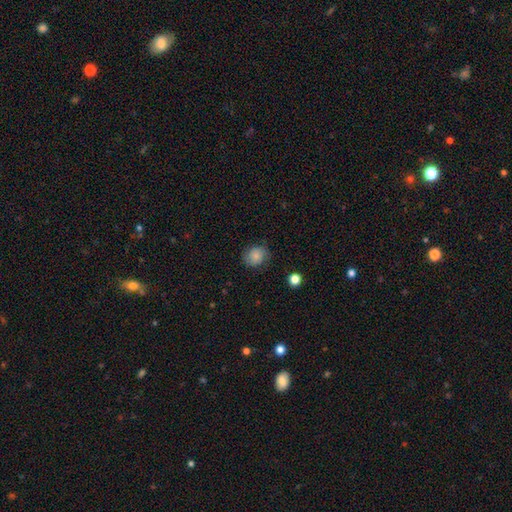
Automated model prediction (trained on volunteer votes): Smooth or featured: smooth — 76% (featured or disk — 15%)
How rounded: round — 67% (in between — 32%)
Merging: none — 76% (minor disturbance — 18%)